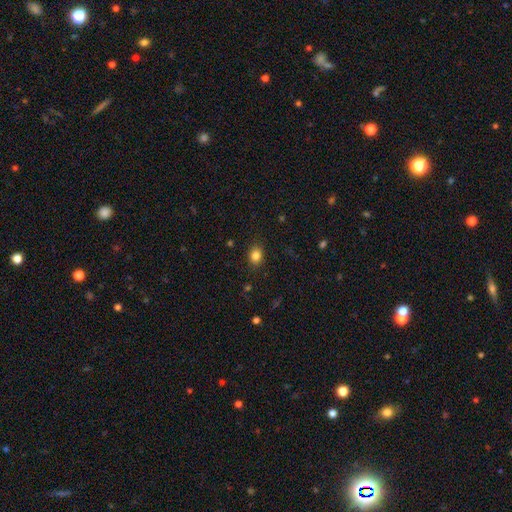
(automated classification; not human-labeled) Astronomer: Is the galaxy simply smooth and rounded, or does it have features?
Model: smooth — 84%.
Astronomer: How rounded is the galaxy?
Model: in between — 52% (runner-up: round, 47%).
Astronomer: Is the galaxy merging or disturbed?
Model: none — 86%.